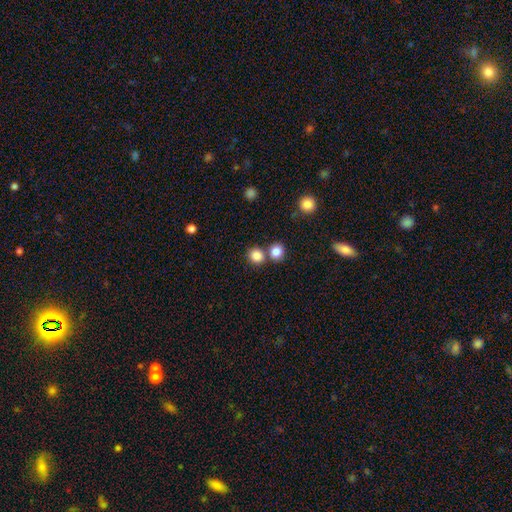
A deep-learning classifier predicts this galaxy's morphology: smooth-or-featured: smooth: 85% | star or artifact: 11% | featured or disk: 4%
  how-rounded: round: 83% | in between: 16% | cigar-shaped: 1%
  merging: none: 66% | merger: 24% | minor disturbance: 7% | major disturbance: 3%